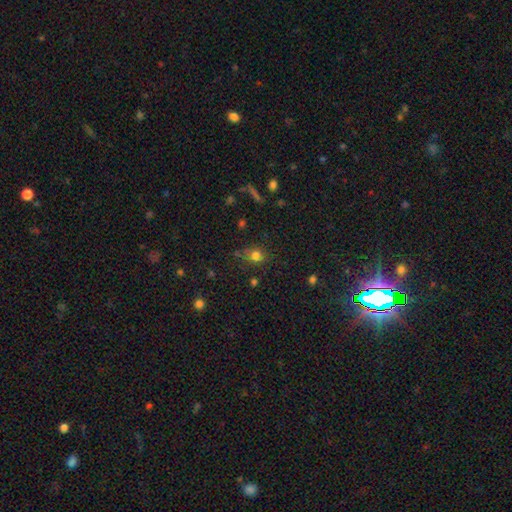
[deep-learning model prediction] Morphology: type=smooth (77%); roundness=round (75%); merging=none (73%).